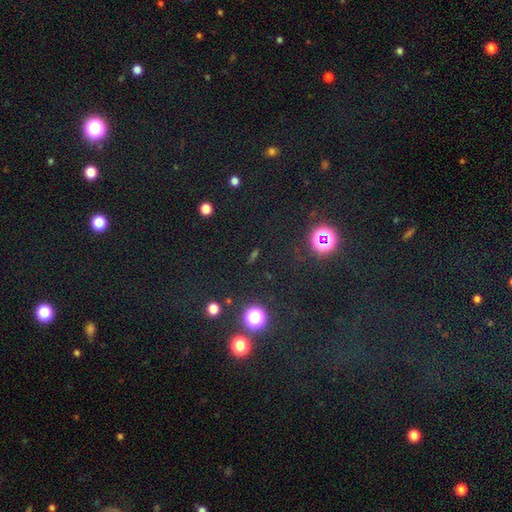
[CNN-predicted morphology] smooth_or_featured: star or artifact (p=0.67) [alt: smooth p=0.24]